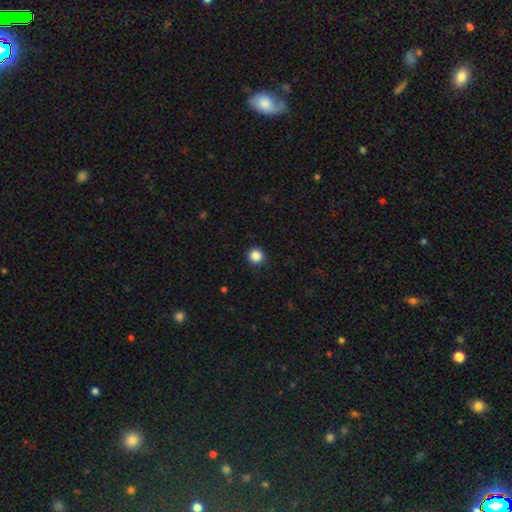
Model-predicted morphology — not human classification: A smooth galaxy with no disk features (87%) that is round (95%).

Vote fractions:
- Smooth or featured? smooth: 87% / star or artifact: 10% / featured or disk: 3%
- How rounded? round: 95% / in between: 4% / cigar-shaped: 1%
- Merging? none: 92% / minor disturbance: 5% / major disturbance: 2% / merger: 1%